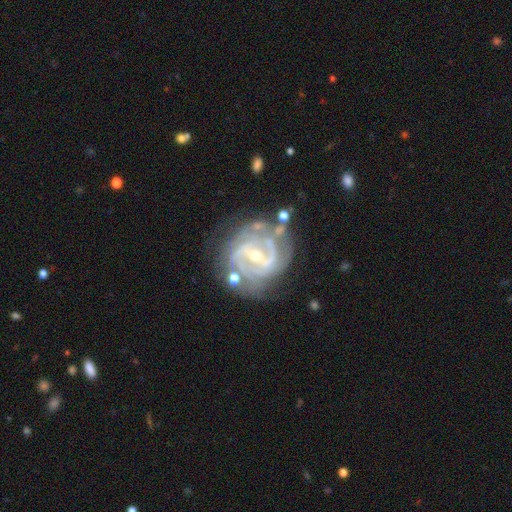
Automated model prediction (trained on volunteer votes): The model was most divided on "bar": strong: 44%, weak: 42%, no: 15%. More confident: edge-on disk — no (97%); spiral arms — yes (96%); smooth or featured — featured or disk (90%); merging — none (67%); spiral arm count — 2 (54%); bulge size — small (53%); spiral winding — tight (52%).